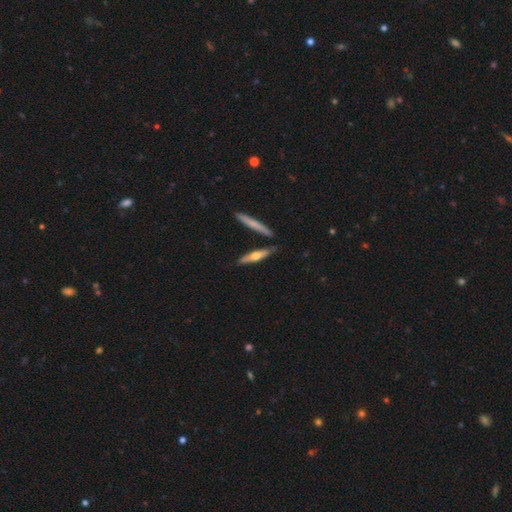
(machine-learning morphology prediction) A featured or disk galaxy (49%).

Vote fractions:
- Smooth or featured? featured or disk: 49% / smooth: 46% / star or artifact: 5%
- Merging? none: 78% / minor disturbance: 11% / merger: 8% / major disturbance: 3%